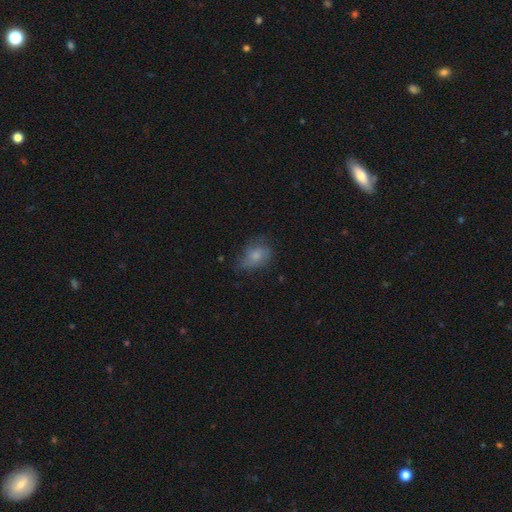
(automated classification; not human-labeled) Smooth or featured: smooth — 73% (featured or disk — 17%)
How rounded: in between — 74% (round — 24%)
Merging: none — 51% (minor disturbance — 33%)